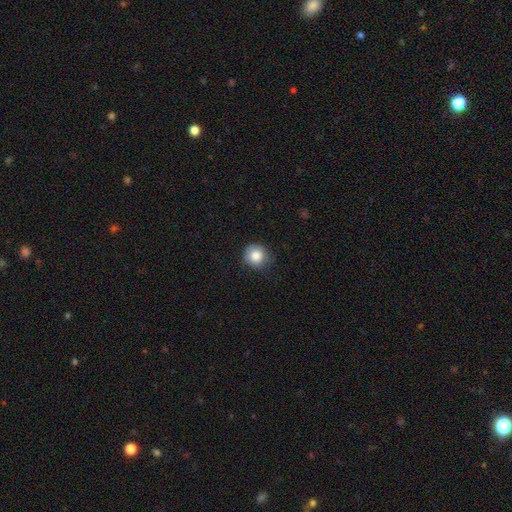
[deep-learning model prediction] Smooth or featured: smooth — 83% (star or artifact — 9%)
How rounded: round — 91% (in between — 8%)
Merging: none — 75% (minor disturbance — 20%)